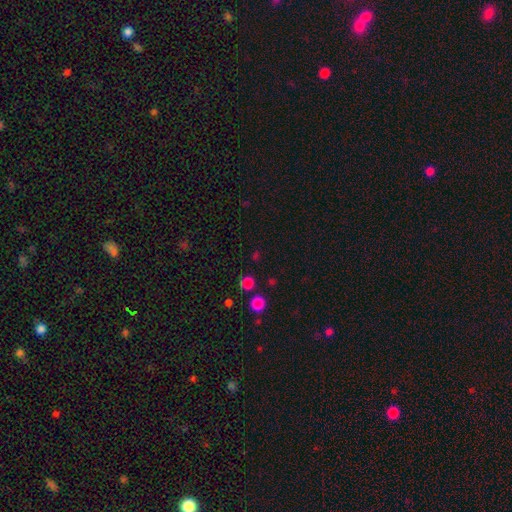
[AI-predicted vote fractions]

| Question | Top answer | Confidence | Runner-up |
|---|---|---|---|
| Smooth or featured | smooth | 64% | star or artifact (31%) |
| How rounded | round | 87% | in between (12%) |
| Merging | none | 79% | minor disturbance (9%) |